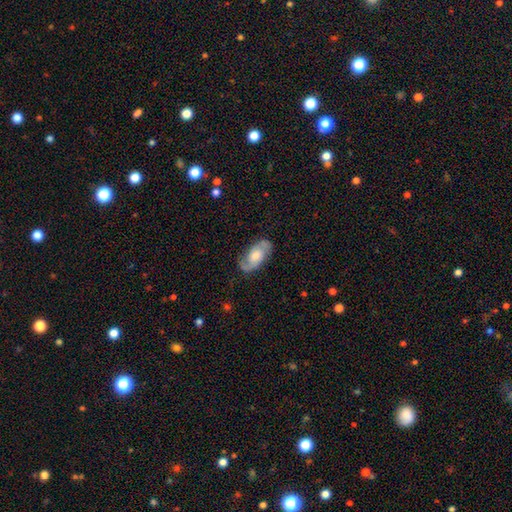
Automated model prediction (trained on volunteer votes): featured or disk 71%, smooth 23%, star or artifact 6%. Down the decision tree: edge-on disk — no (95%); bar — no (60%); spiral arms — yes (91%); spiral arm count — 2 (87%); spiral winding — medium (49%); bulge size — moderate (50%); merging — none (80%).